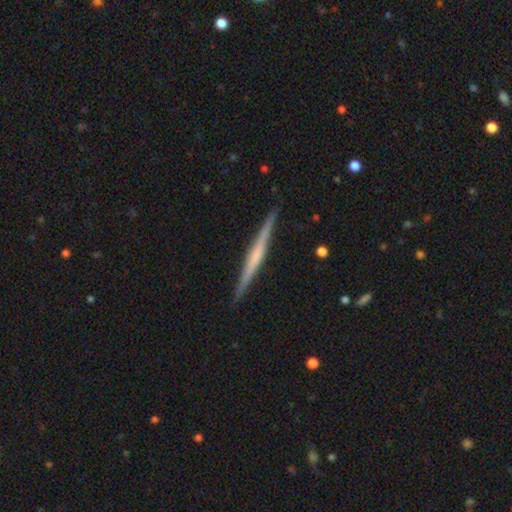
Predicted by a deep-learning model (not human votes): smooth_or_featured: featured or disk (p=0.67) [alt: smooth p=0.28]
disk_edge_on: yes (p=0.98) [alt: no p=0.02]
edge_on_bulge: none (p=0.53) [alt: rounded p=0.32]
merging: none (p=0.92) [alt: minor disturbance p=0.06]